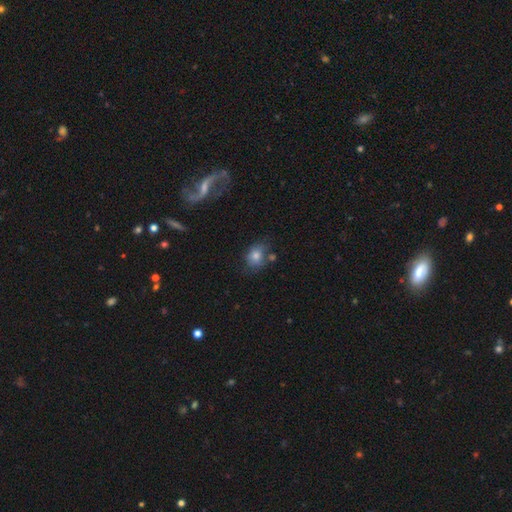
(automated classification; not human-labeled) smooth 69%, featured or disk 20%, star or artifact 11%. Down the decision tree: how rounded — in between (49%, tied with round); merging — none (55%).